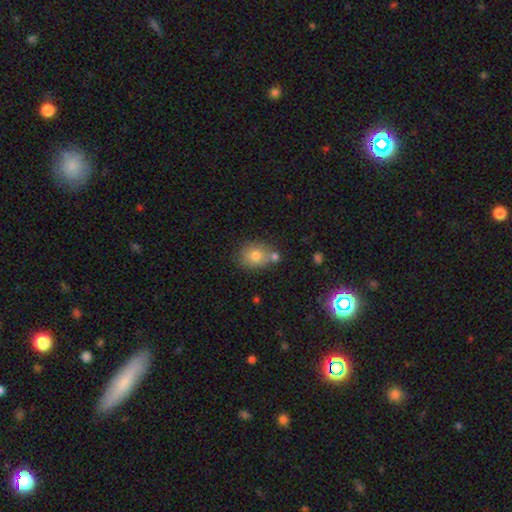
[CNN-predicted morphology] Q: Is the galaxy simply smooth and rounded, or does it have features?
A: smooth — 76%.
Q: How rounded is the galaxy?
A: in between — 53%.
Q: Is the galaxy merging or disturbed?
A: none — 56%.